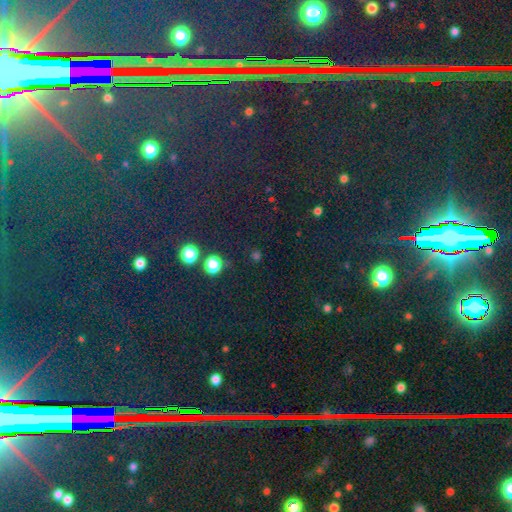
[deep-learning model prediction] smooth_or_featured: star or artifact (p=0.47) [tied with: smooth p=0.47]